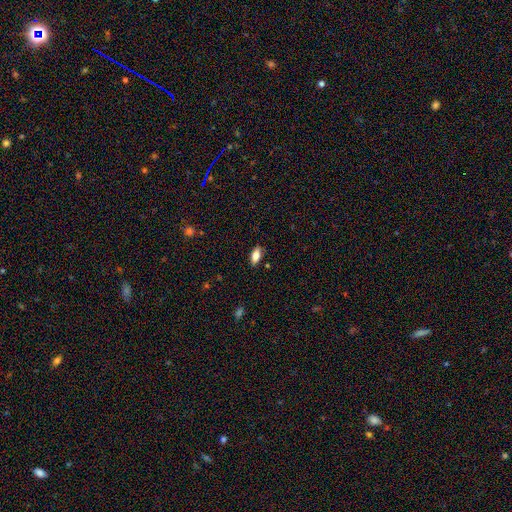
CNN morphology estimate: Smooth or featured: smooth — 77% (featured or disk — 15%)
How rounded: in between — 83% (cigar-shaped — 15%)
Merging: none — 86% (minor disturbance — 10%)